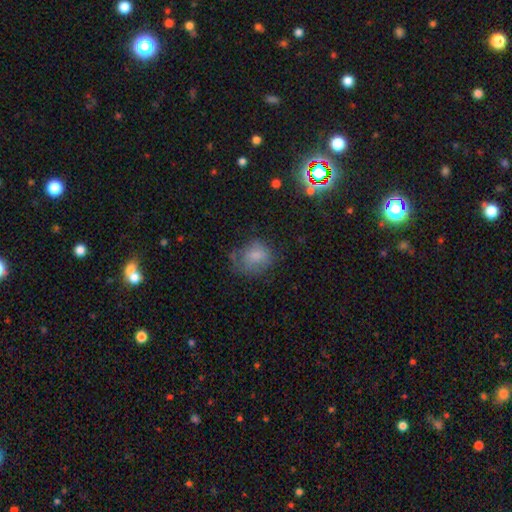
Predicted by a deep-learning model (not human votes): A smooth galaxy with no disk features (71%) that is round (52%).

Vote fractions:
- Smooth or featured? smooth: 71% / featured or disk: 17% / star or artifact: 12%
- How rounded? round: 52% / in between: 47% / cigar-shaped: 1%
- Merging? none: 47% / minor disturbance: 30% / major disturbance: 21% / merger: 2%